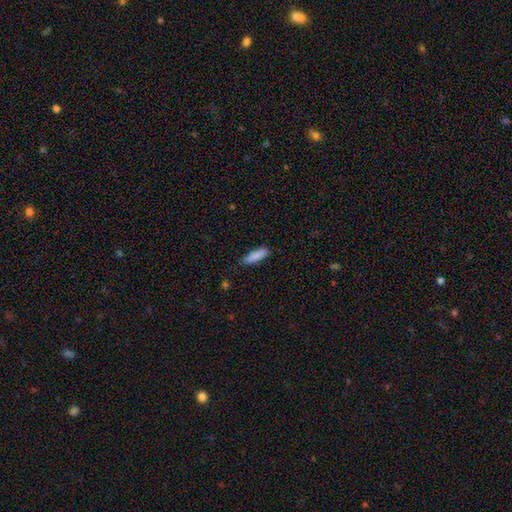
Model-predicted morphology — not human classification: type=smooth (87%); roundness=cigar-shaped (56%); merging=none (80%).